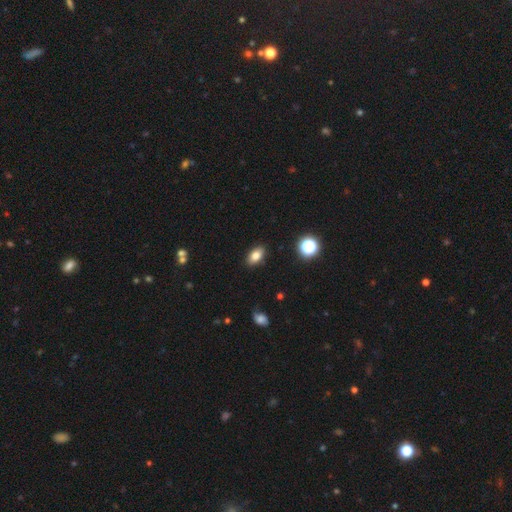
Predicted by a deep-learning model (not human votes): A smooth galaxy with no disk features (81%) that is in between round and cigar-shaped (88%).

Vote fractions:
- Smooth or featured? smooth: 81% / star or artifact: 10% / featured or disk: 9%
- How rounded? in between: 88% / round: 9% / cigar-shaped: 3%
- Merging? none: 88% / minor disturbance: 9% / major disturbance: 2% / merger: 1%